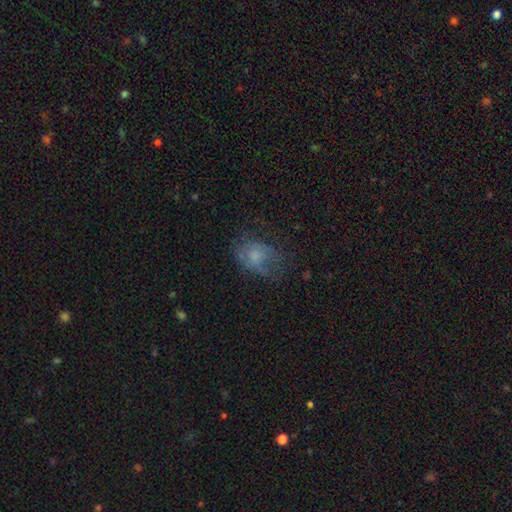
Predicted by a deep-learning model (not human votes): Smooth or featured? Predicted: smooth (p=0.61). How rounded? Predicted: in between (p=0.61). Merging? Predicted: none (p=0.44).